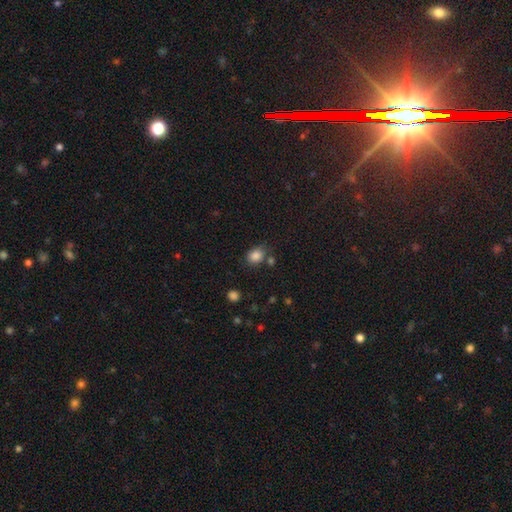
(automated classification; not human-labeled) Smooth or featured? smooth (85%)
How rounded? round (51%)
Merging? none (69%)